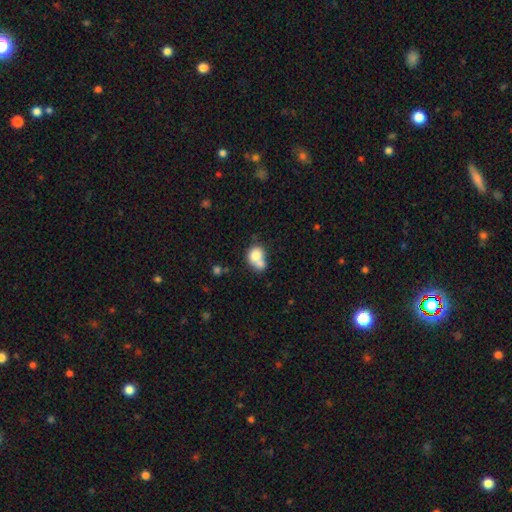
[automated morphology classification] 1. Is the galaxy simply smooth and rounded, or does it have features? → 75% smooth, 16% featured or disk, 9% star or artifact.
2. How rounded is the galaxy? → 58% round, 41% in between, 1% cigar-shaped.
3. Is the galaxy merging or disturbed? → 59% merger, 27% none, 10% minor disturbance, 5% major disturbance.